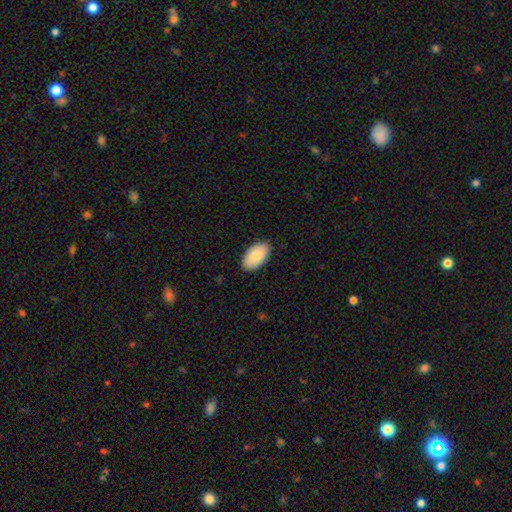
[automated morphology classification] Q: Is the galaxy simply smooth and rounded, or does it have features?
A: smooth — 84%.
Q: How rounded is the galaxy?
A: in between — 96%.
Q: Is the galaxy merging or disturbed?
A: none — 86%.